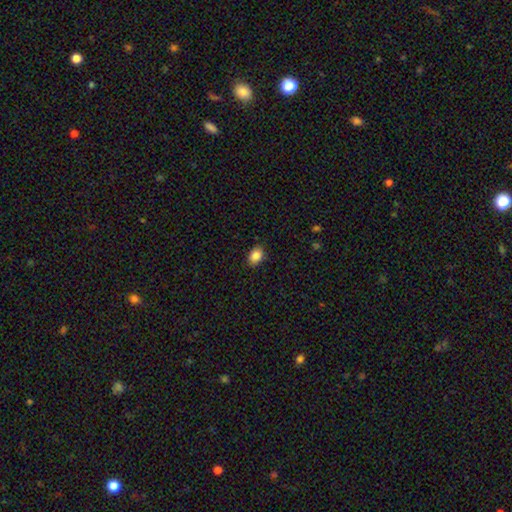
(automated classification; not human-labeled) The model was most divided on "how rounded": in between: 74%, round: 25%, cigar-shaped: 1%. More confident: merging — none (88%); smooth or featured — smooth (87%).